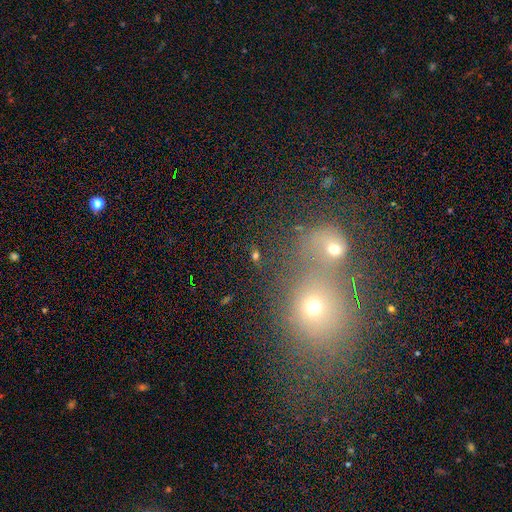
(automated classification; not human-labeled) A smooth galaxy with no disk features (47%). Merging: none (72%).